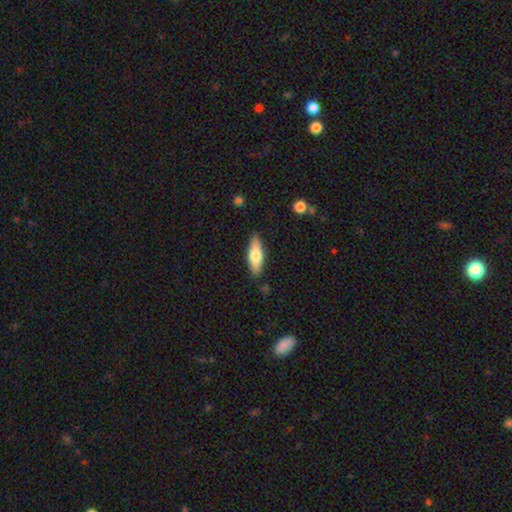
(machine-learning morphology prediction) smooth_or_featured: smooth (p=0.58) [alt: featured or disk p=0.36]
how_rounded: in between (p=0.52) [alt: cigar-shaped p=0.45]
merging: none (p=0.86) [alt: minor disturbance p=0.10]